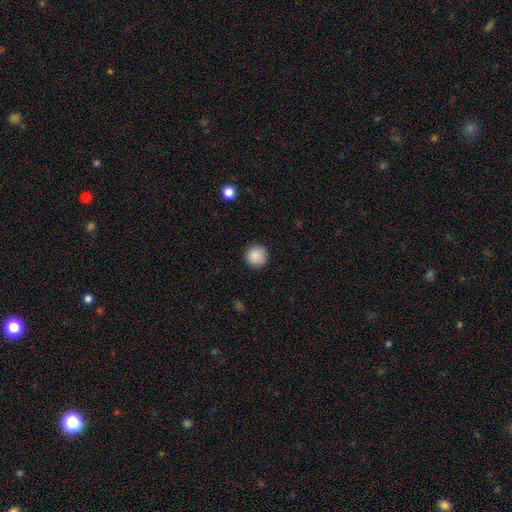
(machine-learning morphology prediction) The model was most divided on "smooth or featured": smooth: 88%, star or artifact: 8%, featured or disk: 4%. More confident: how rounded — round (95%); merging — none (89%).